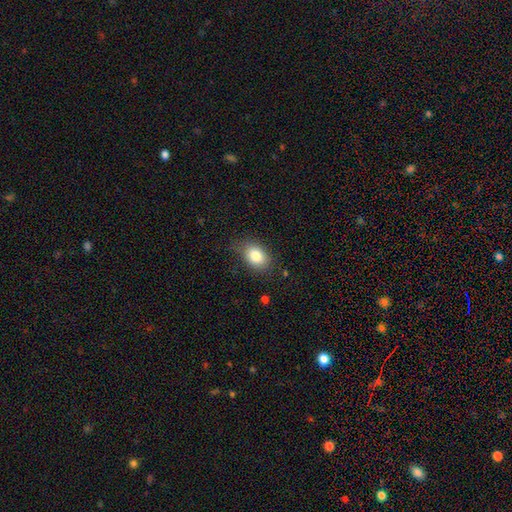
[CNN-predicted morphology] smooth-or-featured: smooth: 83% | star or artifact: 9% | featured or disk: 9%
  how-rounded: in between: 76% | round: 23% | cigar-shaped: 1%
  merging: none: 71% | minor disturbance: 22% | major disturbance: 6% | merger: 1%